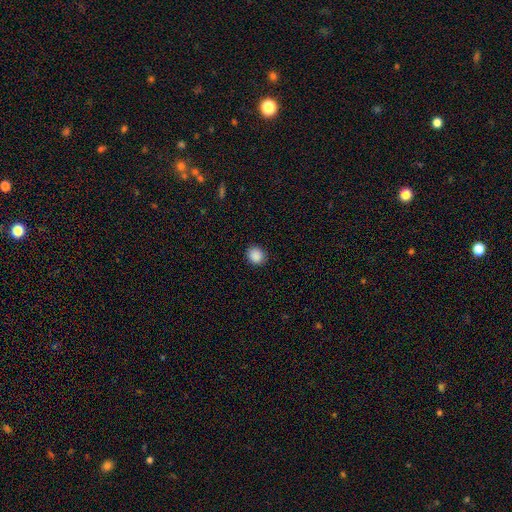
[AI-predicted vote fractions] The model was most divided on "how rounded": round: 76%, in between: 23%, cigar-shaped: 1%. More confident: merging — none (89%); smooth or featured — smooth (88%).